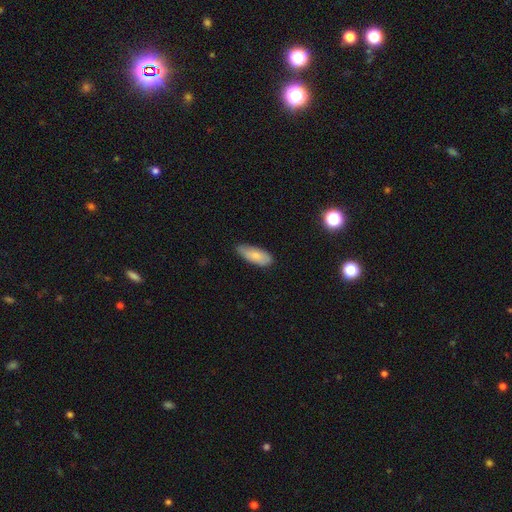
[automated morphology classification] smooth 81%, featured or disk 13%, star or artifact 6%. Down the decision tree: how rounded — in between (80%); merging — none (70%).